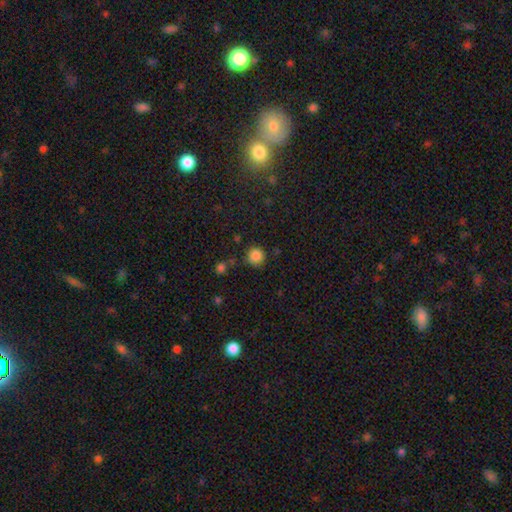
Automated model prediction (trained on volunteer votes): Smooth or featured?
  - smooth: 85% *
  - star or artifact: 11%
  - featured or disk: 4%
How rounded?
  - round: 93% *
  - in between: 6%
  - cigar-shaped: 1%
Merging?
  - none: 83% *
  - minor disturbance: 10%
  - merger: 4%
  - major disturbance: 3%